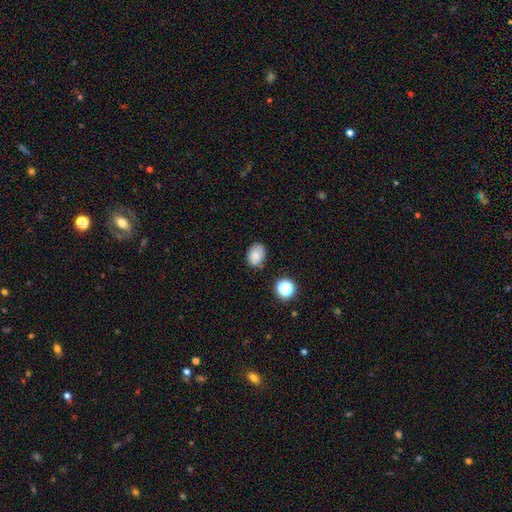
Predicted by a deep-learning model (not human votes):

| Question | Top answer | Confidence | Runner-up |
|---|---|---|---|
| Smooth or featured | smooth | 81% | star or artifact (11%) |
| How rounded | in between | 70% | round (29%) |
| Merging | none | 74% | minor disturbance (19%) |